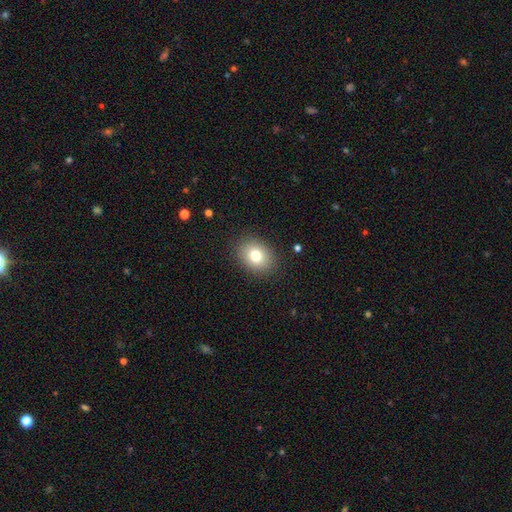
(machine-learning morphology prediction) The model was most divided on "how rounded": in between: 62%, round: 37%, cigar-shaped: 1%. More confident: merging — none (87%); smooth or featured — smooth (79%).